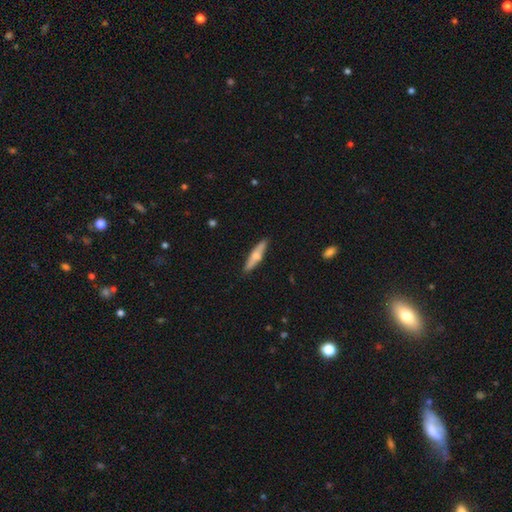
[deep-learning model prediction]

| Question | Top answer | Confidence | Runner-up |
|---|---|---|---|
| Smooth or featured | smooth | 54% | featured or disk (40%) |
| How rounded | cigar-shaped | 83% | in between (15%) |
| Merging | none | 86% | minor disturbance (10%) |